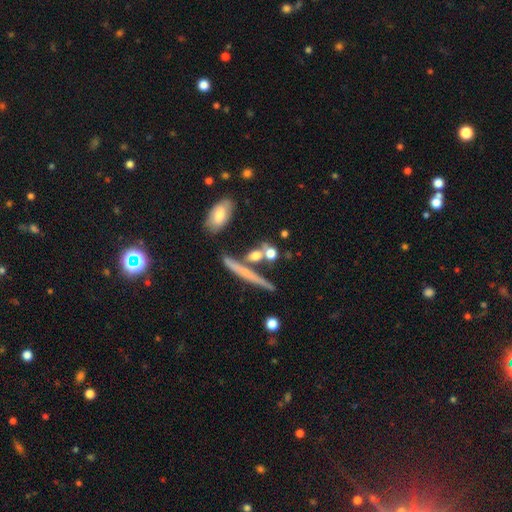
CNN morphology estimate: This is possibly a smooth galaxy (57%). How rounded: marginally cigar-shaped (41%). Merging: possibly none (57%).